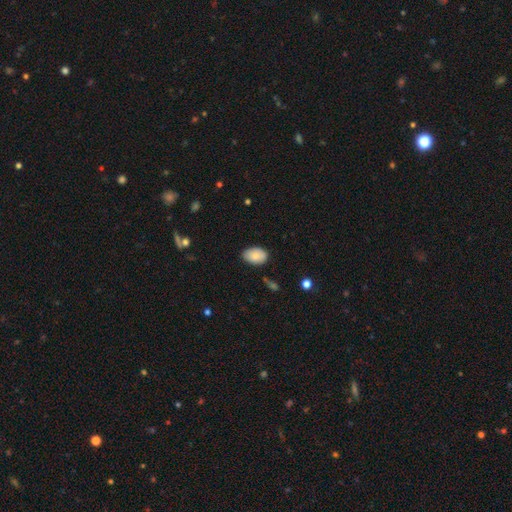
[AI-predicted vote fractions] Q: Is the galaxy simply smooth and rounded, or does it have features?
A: smooth — 82%.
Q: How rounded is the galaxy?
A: in between — 89%.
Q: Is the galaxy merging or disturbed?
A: none — 79%.